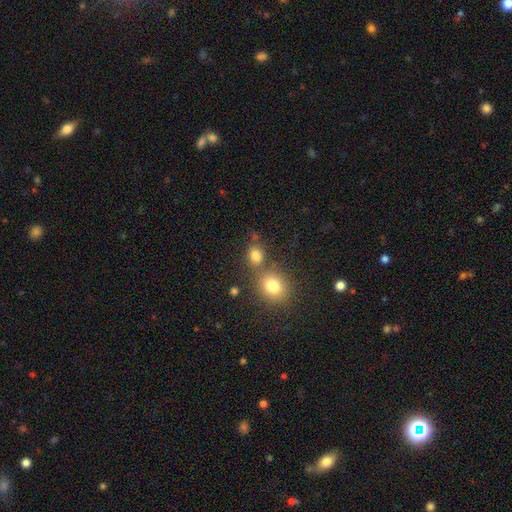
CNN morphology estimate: Smooth or featured? smooth (79%)
How rounded? round (56%)
Merging? none (59%)